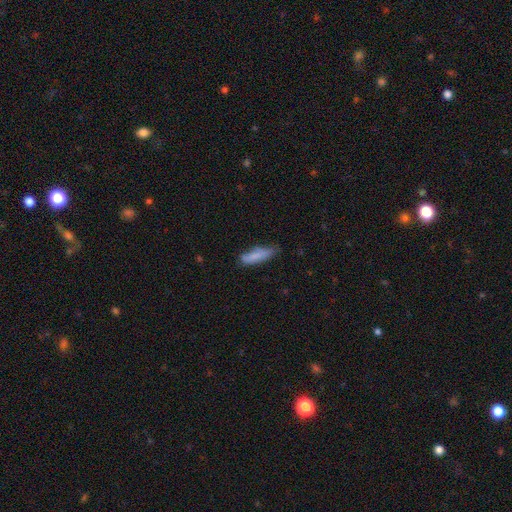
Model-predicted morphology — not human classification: smooth_or_featured: smooth (p=0.80) [alt: featured or disk p=0.14]
how_rounded: cigar-shaped (p=0.59) [alt: in between p=0.40]
merging: none (p=0.60) [alt: minor disturbance p=0.31]